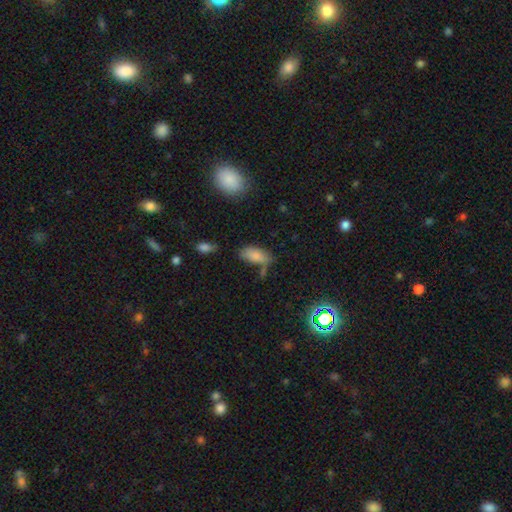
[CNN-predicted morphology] Smooth or featured? Predicted: smooth (p=0.83). How rounded? Predicted: in between (p=0.90). Merging? Predicted: none (p=0.55).